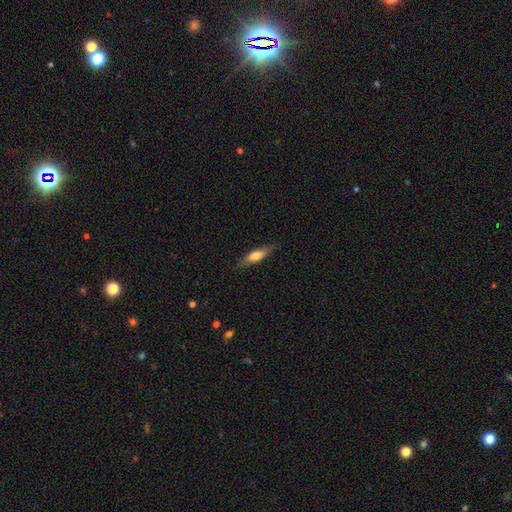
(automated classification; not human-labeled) This appears to be a smooth galaxy with no disk features (55%) that is cigar-shaped (65%). Merging: none (84%).